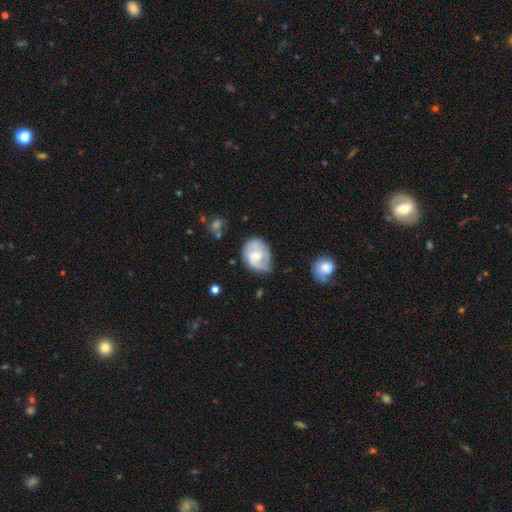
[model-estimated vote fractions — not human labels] smooth-or-featured: featured or disk: 58% | smooth: 36% | star or artifact: 6%
  disk-edge-on: no: 97% | yes: 3%
    bar: no: 53% | weak: 40% | strong: 7%
    has-spiral-arms: yes: 79% | no: 21%
    bulge-size: moderate: 58% | small: 33% | large: 5% | none: 4% | dominant: 1%
  merging: none: 51% | minor disturbance: 33% | major disturbance: 12% | merger: 3%